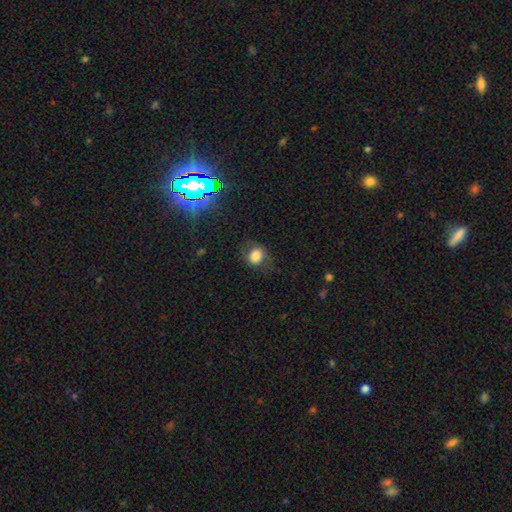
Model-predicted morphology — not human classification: Overall: smooth (76%). How rounded: round (58%; in between 41%). Merging: none (68%).